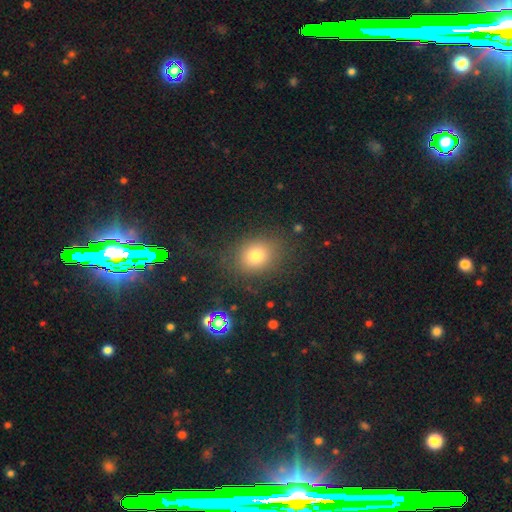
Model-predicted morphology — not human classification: Smooth or featured: smooth — 75% (star or artifact — 15%)
How rounded: round — 56% (in between — 43%)
Merging: none — 78% (minor disturbance — 12%)